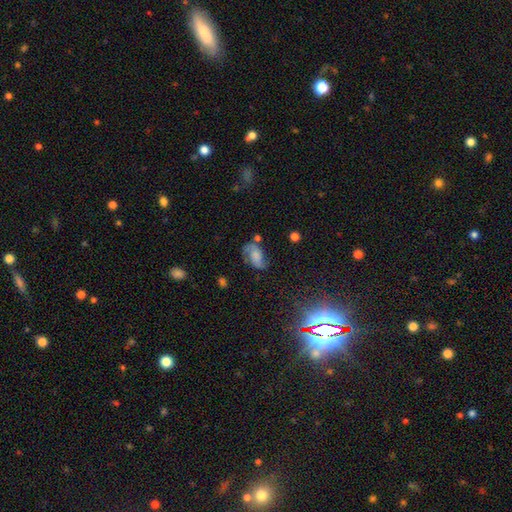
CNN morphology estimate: Smooth or featured: featured or disk — 65% (smooth — 26%)
Edge-on disk: no — 97% (yes — 3%)
Bar: no — 61% (weak — 31%)
Spiral arms: yes — 91% (no — 9%)
Spiral winding: loose — 43% (medium — 42%)
Spiral arm count: 2 — 85% (1 — 6%)
Bulge size: none — 35% (small — 23%)
Merging: none — 55% (minor disturbance — 24%)